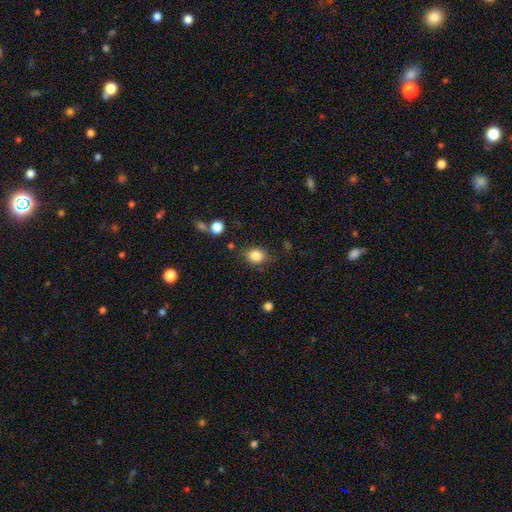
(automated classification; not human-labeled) Smooth or featured? smooth (84%)
How rounded? round (55%)
Merging? none (75%)